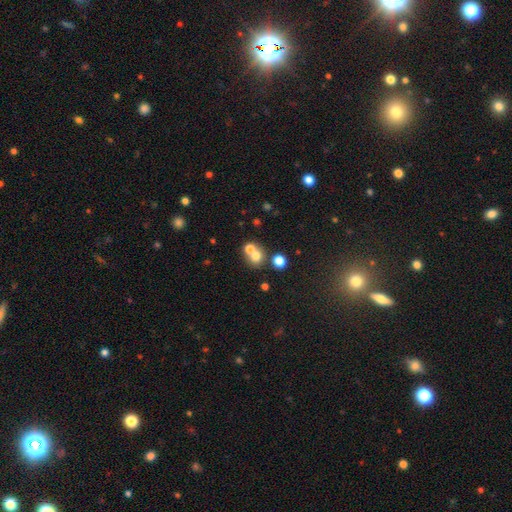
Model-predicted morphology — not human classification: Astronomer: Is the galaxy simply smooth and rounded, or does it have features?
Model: smooth — 69%.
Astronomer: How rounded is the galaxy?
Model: round — 80%.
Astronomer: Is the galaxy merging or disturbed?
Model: merger — 49% (runner-up: none, 42%).